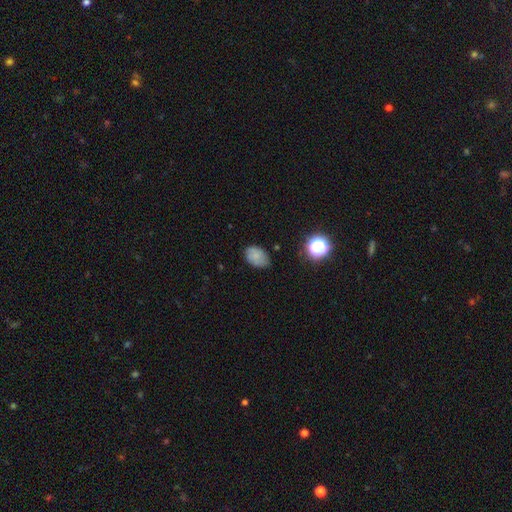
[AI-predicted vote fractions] smooth_or_featured: smooth (p=0.71) [alt: featured or disk p=0.16]
how_rounded: in between (p=0.80) [alt: round p=0.19]
merging: none (p=0.70) [alt: minor disturbance p=0.23]